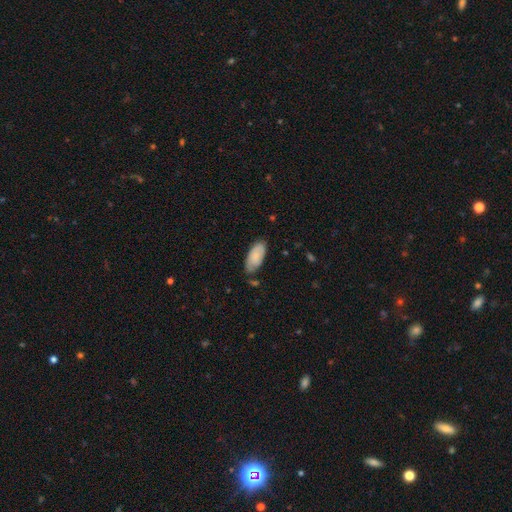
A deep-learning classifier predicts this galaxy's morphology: Smooth or featured?
  - smooth: 74% *
  - featured or disk: 19%
  - star or artifact: 6%
How rounded?
  - in between: 91% *
  - cigar-shaped: 7%
  - round: 2%
Merging?
  - none: 67% *
  - minor disturbance: 25%
  - major disturbance: 5%
  - merger: 3%